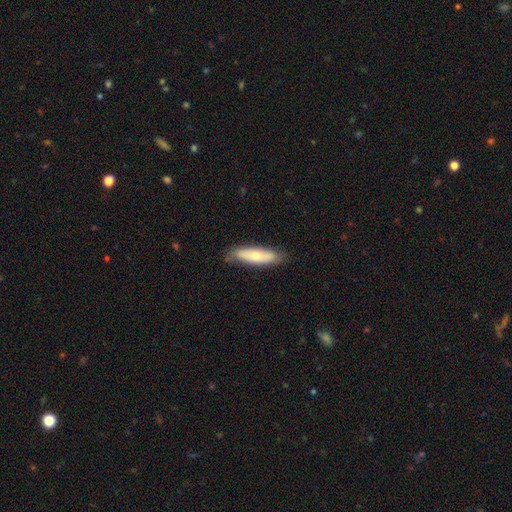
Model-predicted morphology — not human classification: This appears to be a smooth galaxy with no disk features (66%) that is cigar-shaped (62%). Merging: none (80%).